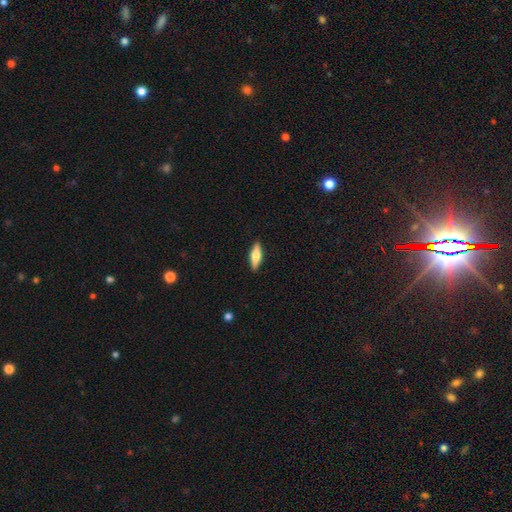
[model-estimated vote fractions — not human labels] smooth_or_featured: smooth (p=0.50) [alt: featured or disk p=0.44]
merging: none (p=0.90) [alt: minor disturbance p=0.07]